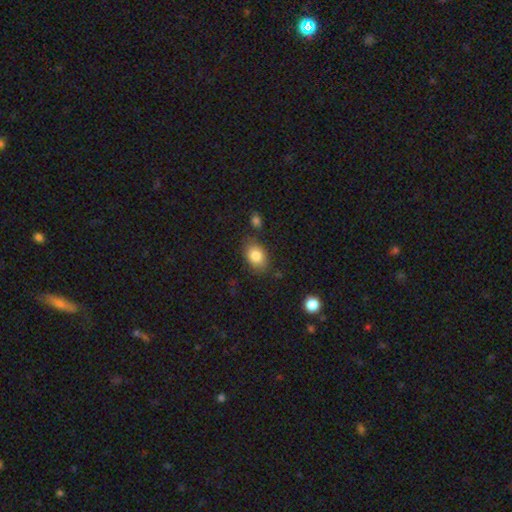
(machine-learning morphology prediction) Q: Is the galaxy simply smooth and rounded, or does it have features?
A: smooth — 84%.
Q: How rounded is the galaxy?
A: in between — 80%.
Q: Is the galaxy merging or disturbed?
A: none — 76%.